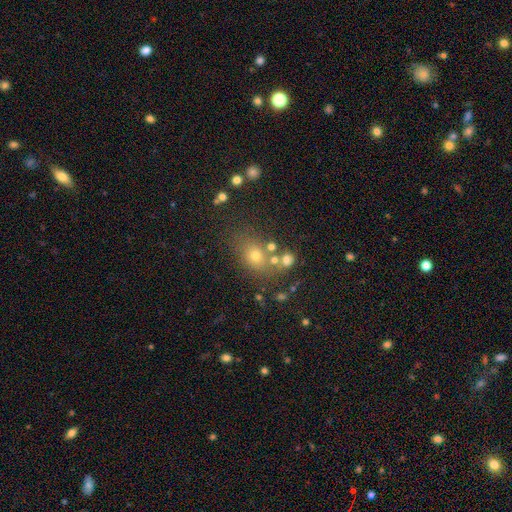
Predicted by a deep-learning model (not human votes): This is likely a smooth galaxy (63%). How rounded: possibly in between (53%). Merging: likely none (64%).